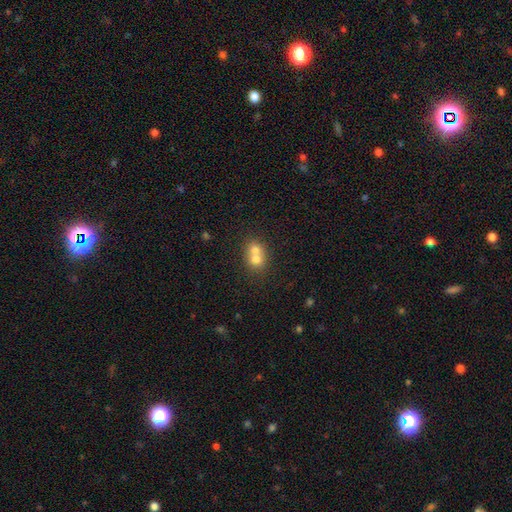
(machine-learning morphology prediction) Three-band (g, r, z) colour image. It shows a smooth galaxy with no disk features (70%) that is round (71%). Merging: merger (69%).